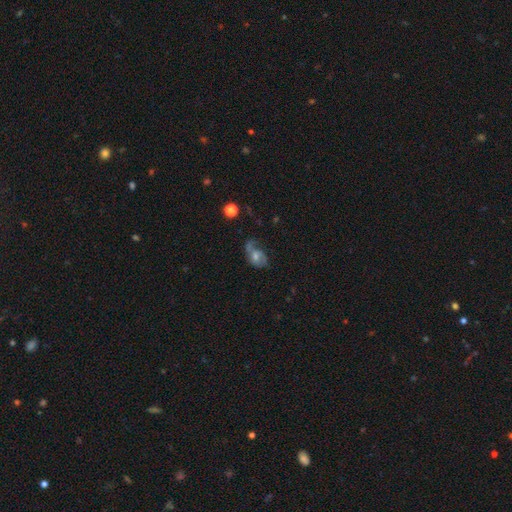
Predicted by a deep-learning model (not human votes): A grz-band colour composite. It shows a featured or disk galaxy (59%) with no bar (72%), spiral arms (74%) and a moderate central bulge (54%). Merging: none (40%).